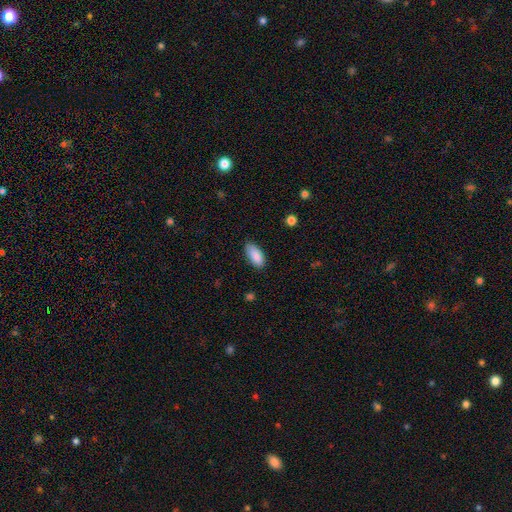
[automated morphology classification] smooth 89%, star or artifact 7%, featured or disk 5%. Down the decision tree: how rounded — in between (89%); merging — none (80%).